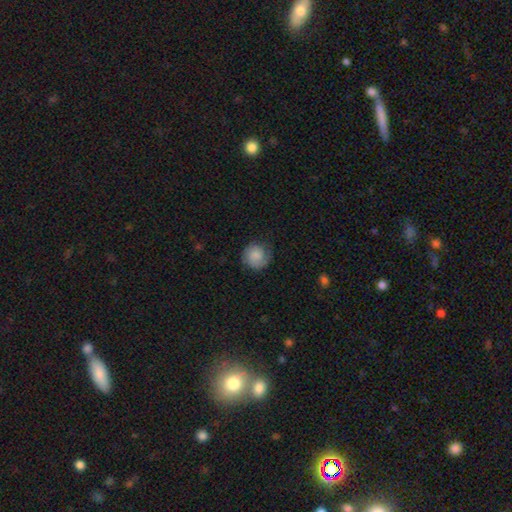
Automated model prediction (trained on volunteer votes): A smooth galaxy with no disk features (62%) that is round (88%). Merging: none (72%).